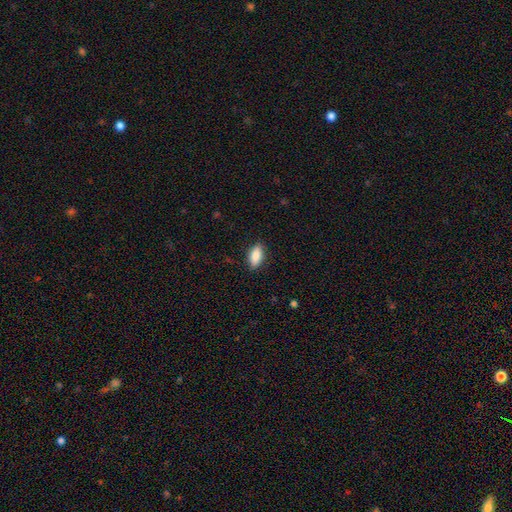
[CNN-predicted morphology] smooth 85%, featured or disk 8%, star or artifact 7%. Down the decision tree: how rounded — in between (85%); merging — none (86%).